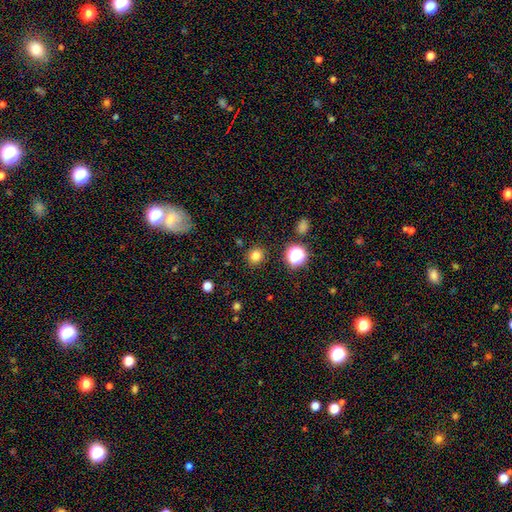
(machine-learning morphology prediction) Overall: smooth (80%). How rounded: round (86%). Merging: none (89%).